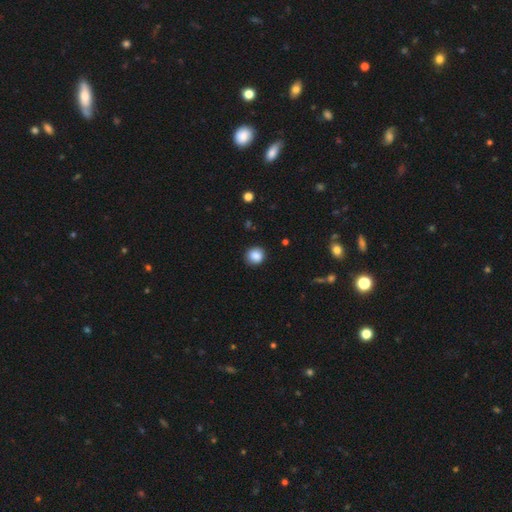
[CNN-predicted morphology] This appears to be a smooth galaxy with no disk features (87%) that is round (87%). Merging: none (88%).